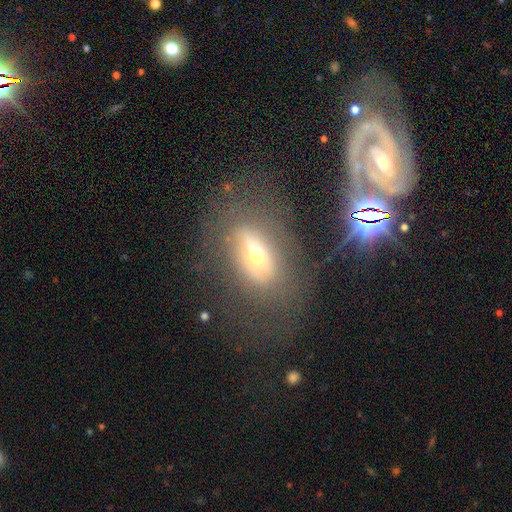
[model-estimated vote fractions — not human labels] Smooth or featured: featured or disk — 44% (smooth — 40%)
Merging: none — 56% (minor disturbance — 20%)